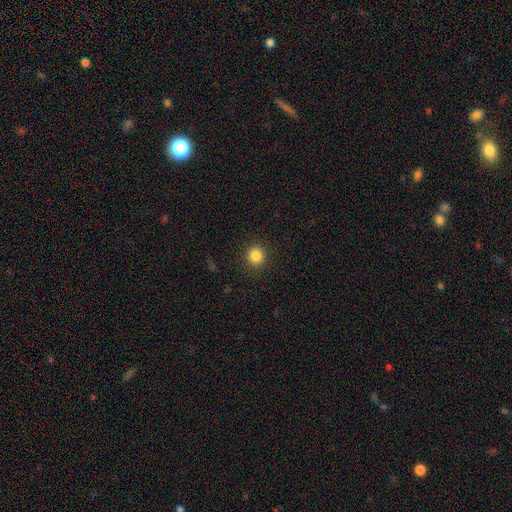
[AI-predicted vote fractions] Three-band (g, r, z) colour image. It shows a smooth galaxy with no disk features (85%) that is round (90%). Merging: none (90%).